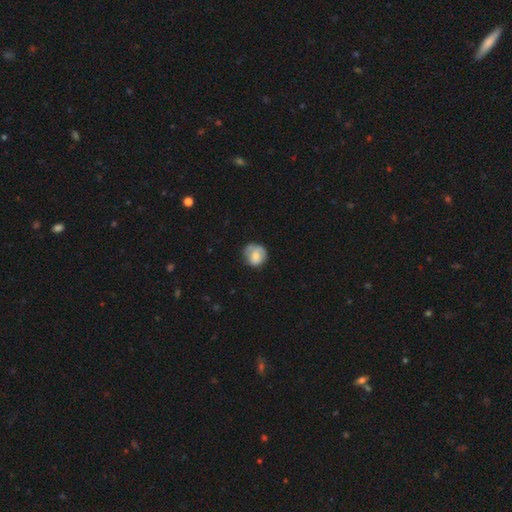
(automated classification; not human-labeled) Smooth or featured? Predicted: smooth (p=0.71). How rounded? Predicted: round (p=0.81). Merging? Predicted: none (p=0.57).